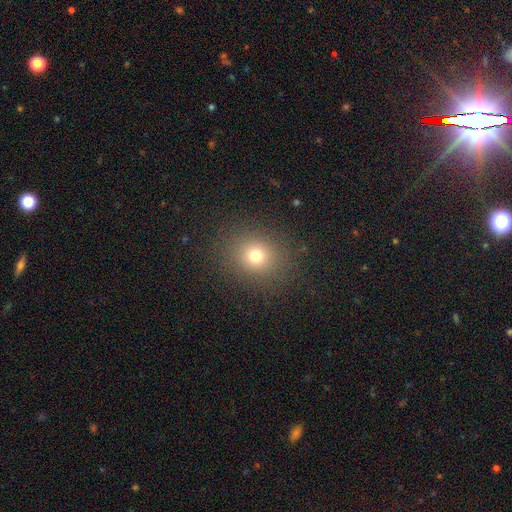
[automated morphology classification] Smooth or featured? Predicted: smooth (p=0.73). How rounded? Predicted: round (p=0.74). Merging? Predicted: none (p=0.87).